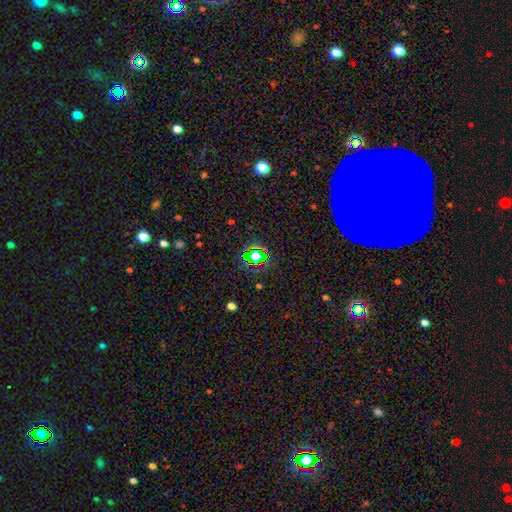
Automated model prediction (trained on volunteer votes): smooth_or_featured: star or artifact (p=0.72) [alt: smooth p=0.18]